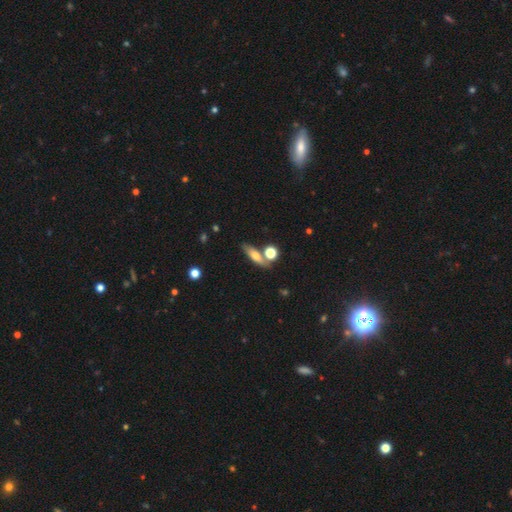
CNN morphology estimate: Smooth or featured?
  - smooth: 59% *
  - featured or disk: 31%
  - star or artifact: 10%
How rounded?
  - cigar-shaped: 47% *
  - in between: 44%
  - round: 9%
Merging?
  - none: 66% *
  - merger: 17%
  - minor disturbance: 13%
  - major disturbance: 4%